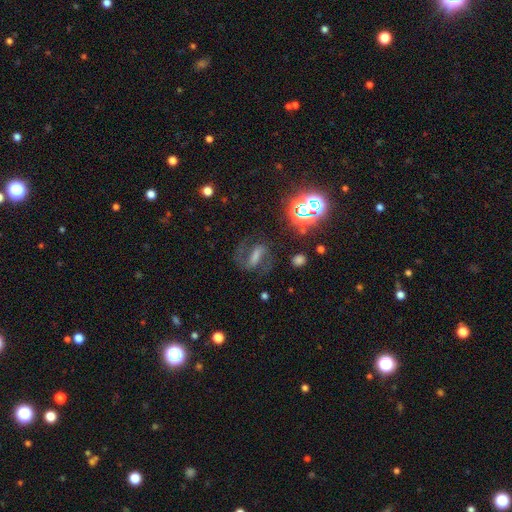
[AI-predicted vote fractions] A featured or disk galaxy (65%) with a strong bar (64%), 2 (89%) medium (55%) spiral arms (90%) and a small central bulge (30%). Merging: none (75%).